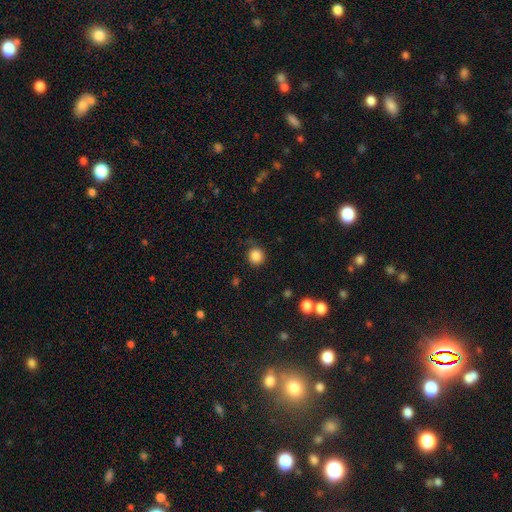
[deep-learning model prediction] The model was most divided on "merging": none: 82%, minor disturbance: 13%, major disturbance: 4%, merger: 2%. More confident: how rounded — round (92%); smooth or featured — smooth (85%).